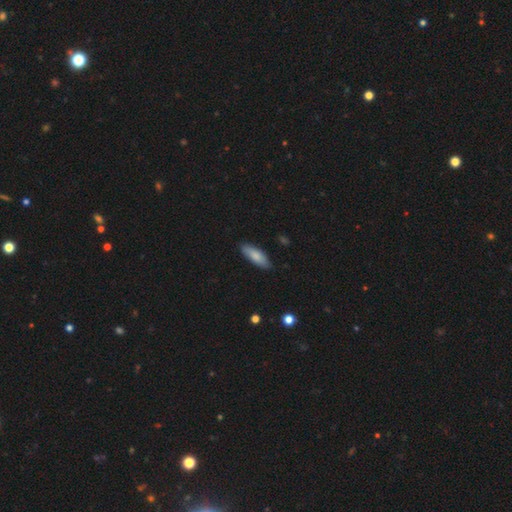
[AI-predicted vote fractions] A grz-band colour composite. It shows a smooth galaxy with no disk features (81%) that is in between round and cigar-shaped (57%). Merging: none (86%).